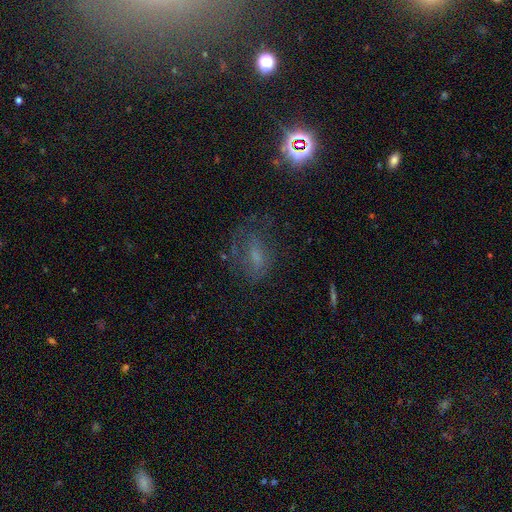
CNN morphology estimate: Smooth or featured? Predicted: smooth (p=0.39). Merging? Predicted: none (p=0.54).